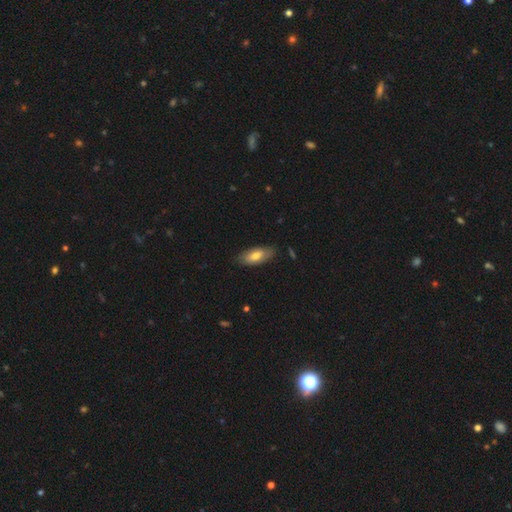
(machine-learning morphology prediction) Smooth or featured: smooth — 68% (featured or disk — 26%)
How rounded: in between — 83% (cigar-shaped — 15%)
Merging: none — 79% (minor disturbance — 16%)